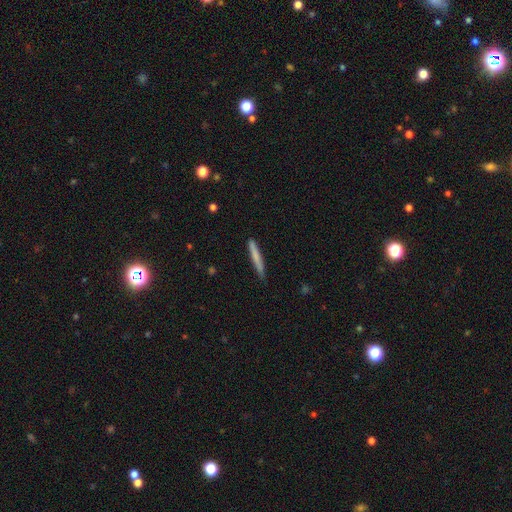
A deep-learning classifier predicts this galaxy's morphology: smooth_or_featured: smooth (p=0.72) [alt: featured or disk p=0.22]
how_rounded: cigar-shaped (p=0.96) [alt: in between p=0.03]
merging: none (p=0.85) [alt: minor disturbance p=0.12]